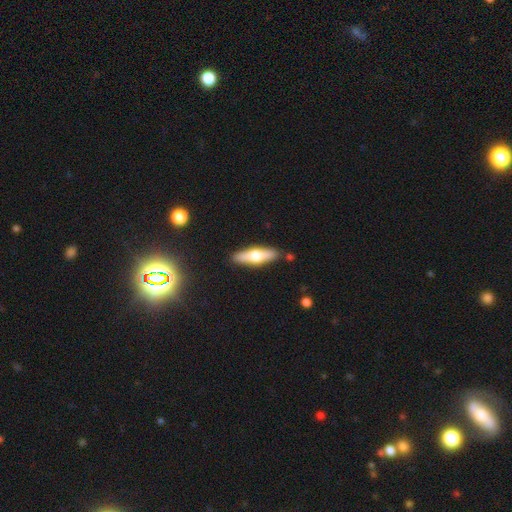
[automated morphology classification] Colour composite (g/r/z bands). It shows a smooth galaxy with no disk features (50%). Merging: none (87%).